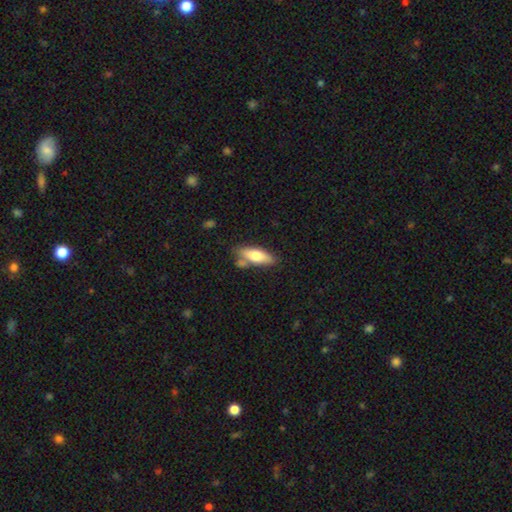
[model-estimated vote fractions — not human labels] Overall: smooth (70%). How rounded: in between (63%; cigar-shaped 35%). Merging: none (65%).